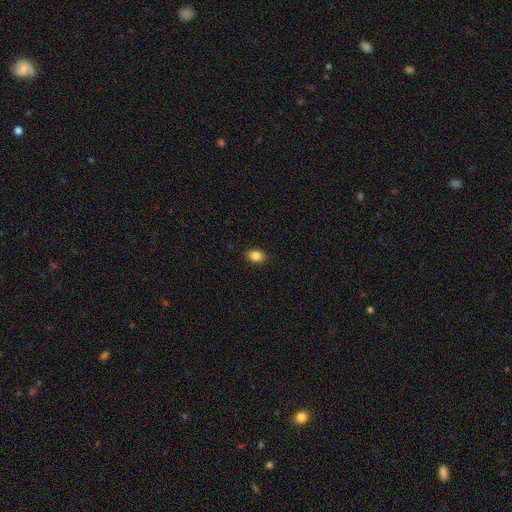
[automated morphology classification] A smooth galaxy with no disk features (86%) that is in between round and cigar-shaped (74%).

Vote fractions:
- Smooth or featured? smooth: 86% / star or artifact: 9% / featured or disk: 5%
- How rounded? in between: 74% / round: 25% / cigar-shaped: 1%
- Merging? none: 89% / minor disturbance: 8% / major disturbance: 2% / merger: 1%